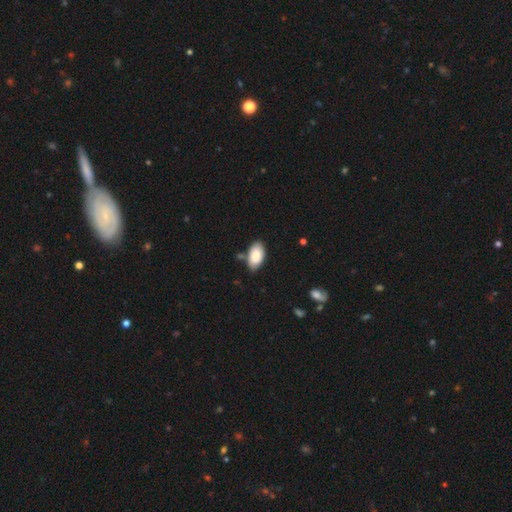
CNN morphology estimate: Q: Smooth or featured?
A: smooth (87%); runner-up: featured or disk (7%)
Q: How rounded?
A: in between (95%); runner-up: round (3%)
Q: Merging?
A: none (75%); runner-up: minor disturbance (16%)